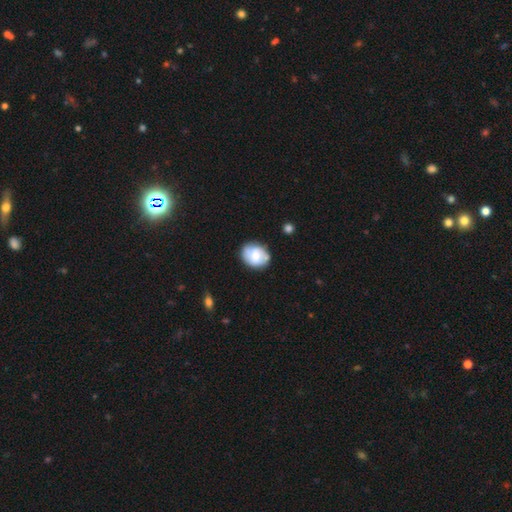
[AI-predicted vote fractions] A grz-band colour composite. It shows a smooth galaxy with no disk features (61%) that is round (51%). Merging: none (70%).